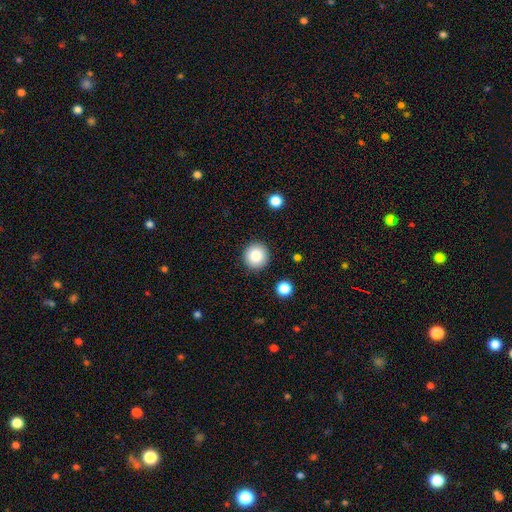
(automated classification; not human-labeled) Smooth or featured? Predicted: smooth (p=0.86). How rounded? Predicted: round (p=0.94). Merging? Predicted: none (p=0.90).